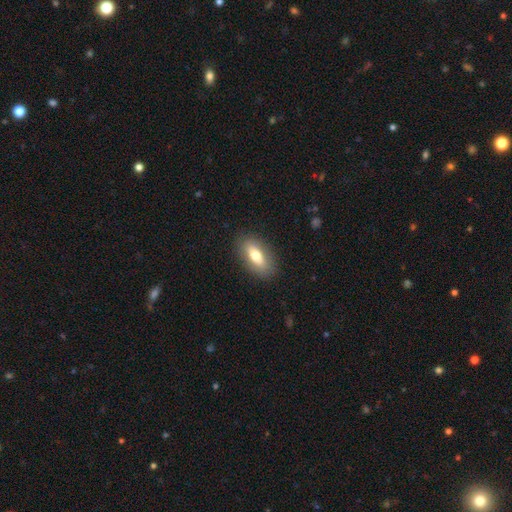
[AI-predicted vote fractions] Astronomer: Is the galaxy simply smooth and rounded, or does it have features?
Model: smooth — 70%.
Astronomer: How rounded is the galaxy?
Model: in between — 83%.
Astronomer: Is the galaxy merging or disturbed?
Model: none — 87%.